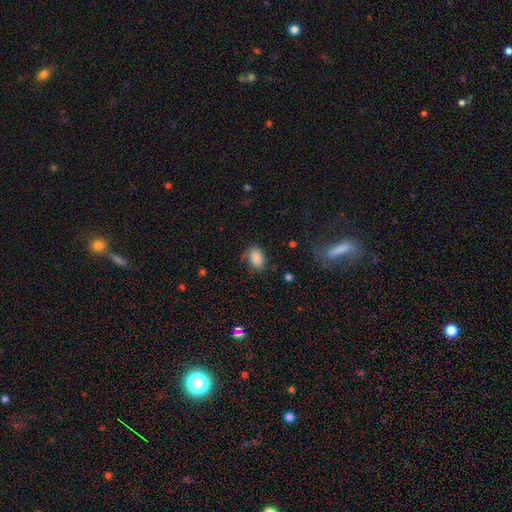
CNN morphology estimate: smooth_or_featured: smooth (p=0.85) [alt: star or artifact p=0.08]
how_rounded: in between (p=0.88) [alt: round p=0.10]
merging: none (p=0.62) [alt: minor disturbance p=0.25]